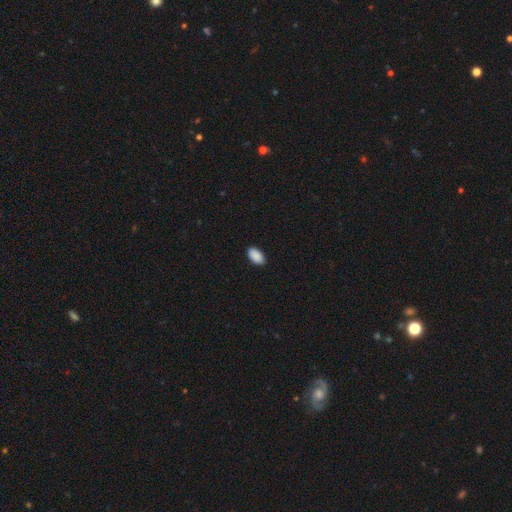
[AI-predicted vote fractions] Smooth or featured: smooth — 90% (star or artifact — 7%)
How rounded: in between — 95% (round — 3%)
Merging: none — 88% (minor disturbance — 9%)